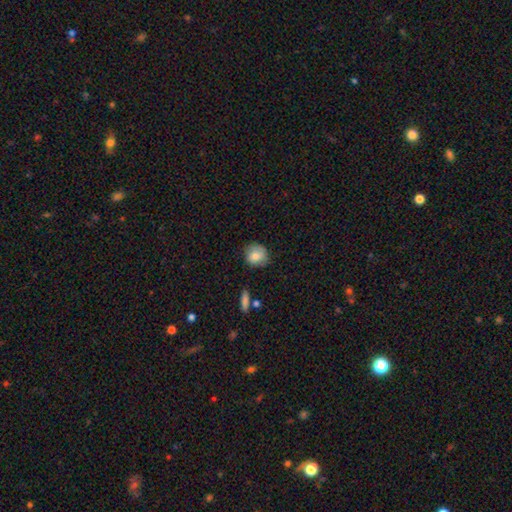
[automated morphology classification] smooth-or-featured: smooth: 80% | featured or disk: 12% | star or artifact: 8%
  how-rounded: round: 85% | in between: 14% | cigar-shaped: 1%
  merging: none: 79% | minor disturbance: 16% | major disturbance: 3% | merger: 2%